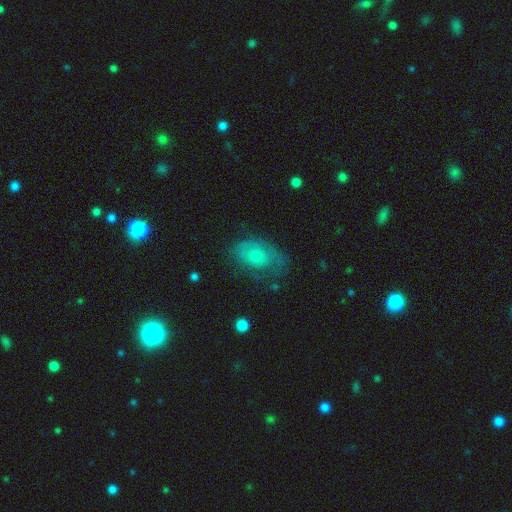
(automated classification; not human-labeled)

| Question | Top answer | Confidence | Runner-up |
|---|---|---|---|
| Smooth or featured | featured or disk | 50% | smooth (40%) |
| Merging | none | 52% | minor disturbance (27%) |